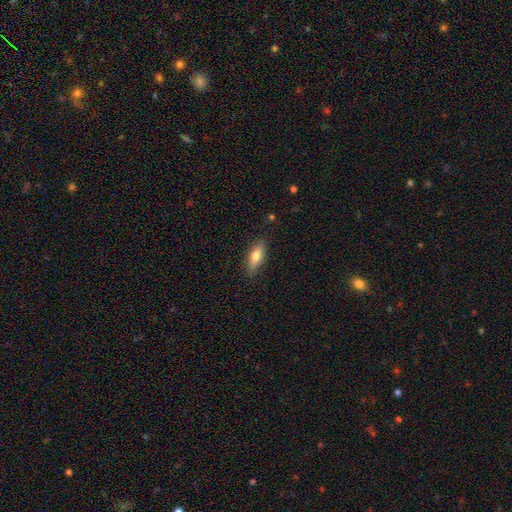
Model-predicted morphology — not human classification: type=smooth (68%); roundness=in between (63%); merging=none (84%).